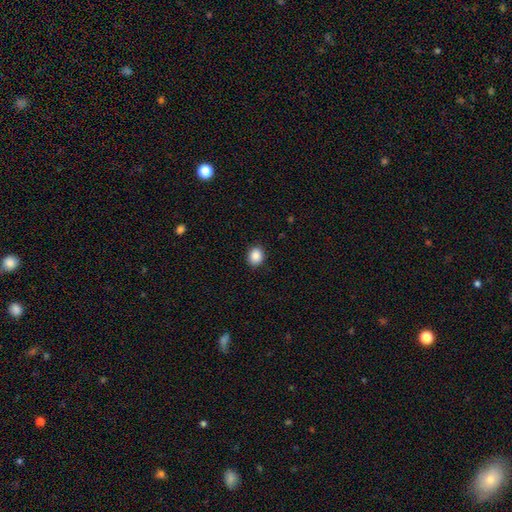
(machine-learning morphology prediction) Overall: smooth (89%). How rounded: round (63%; in between 36%). Merging: none (90%).